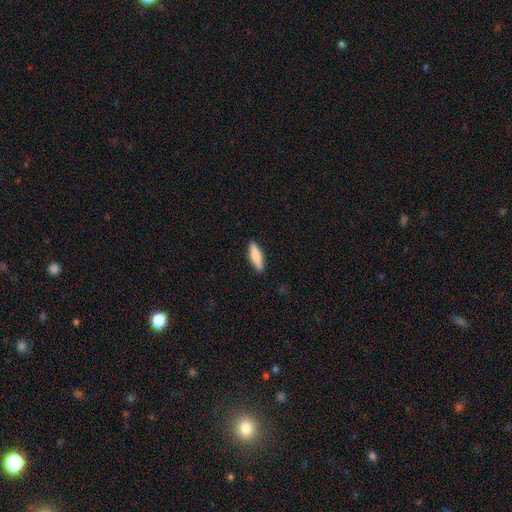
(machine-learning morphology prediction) Smooth or featured?
  - smooth: 77% *
  - featured or disk: 17%
  - star or artifact: 6%
How rounded?
  - cigar-shaped: 62% *
  - in between: 37%
  - round: 2%
Merging?
  - none: 89% *
  - minor disturbance: 8%
  - major disturbance: 2%
  - merger: 1%